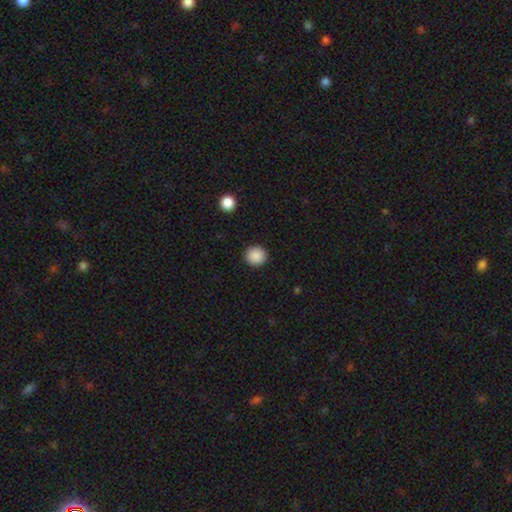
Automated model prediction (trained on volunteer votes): Smooth or featured: smooth — 89% (star or artifact — 9%)
How rounded: round — 93% (in between — 6%)
Merging: none — 92% (minor disturbance — 5%)